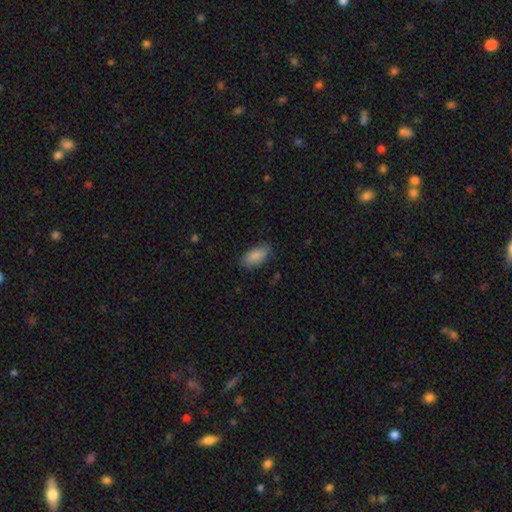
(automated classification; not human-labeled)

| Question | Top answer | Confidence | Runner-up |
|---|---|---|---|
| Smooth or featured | smooth | 87% | star or artifact (6%) |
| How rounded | in between | 91% | cigar-shaped (6%) |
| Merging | none | 83% | minor disturbance (13%) |